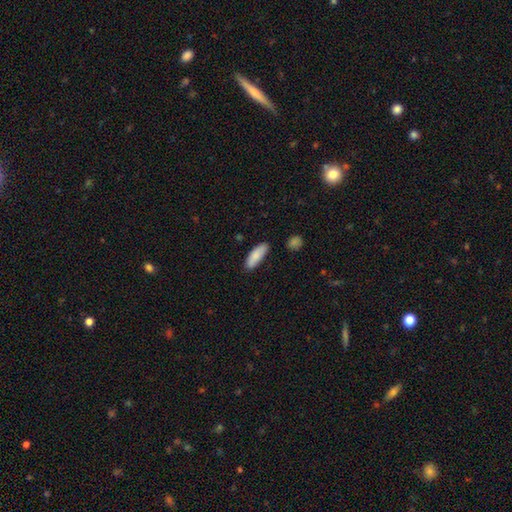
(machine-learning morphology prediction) This appears to be a smooth galaxy with no disk features (86%) that is in between round and cigar-shaped (61%). Merging: none (82%).